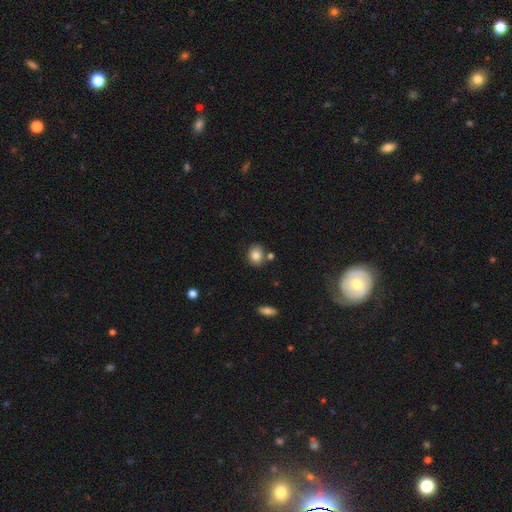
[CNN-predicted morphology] smooth_or_featured: smooth (p=0.84) [alt: star or artifact p=0.09]
how_rounded: round (p=0.59) [alt: in between p=0.40]
merging: none (p=0.76) [alt: minor disturbance p=0.12]